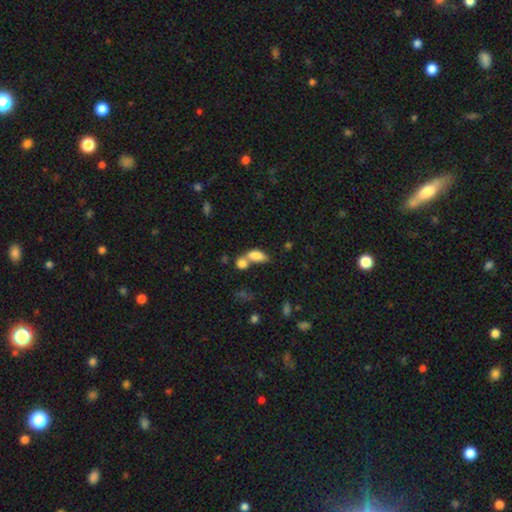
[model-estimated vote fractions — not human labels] Morphology: type=smooth (82%); roundness=in between (86%); merging=merger (55%).